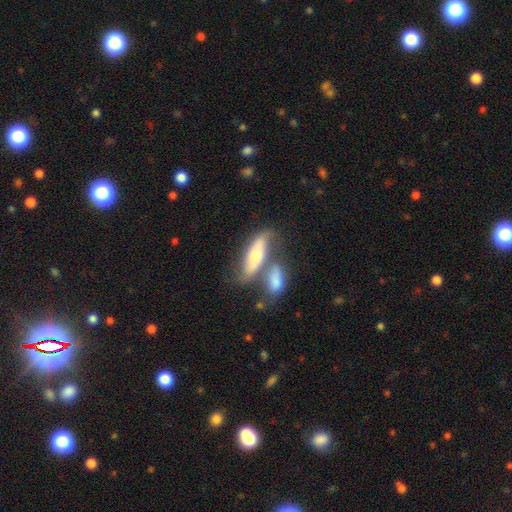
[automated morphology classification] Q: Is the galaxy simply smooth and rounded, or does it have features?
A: smooth — 56%.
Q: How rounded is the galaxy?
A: in between — 59%.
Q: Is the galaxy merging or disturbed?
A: merger — 47%.